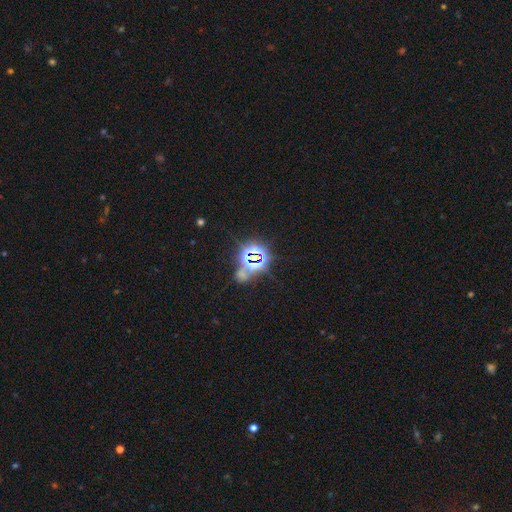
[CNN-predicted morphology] Overall: star or artifact (75%).